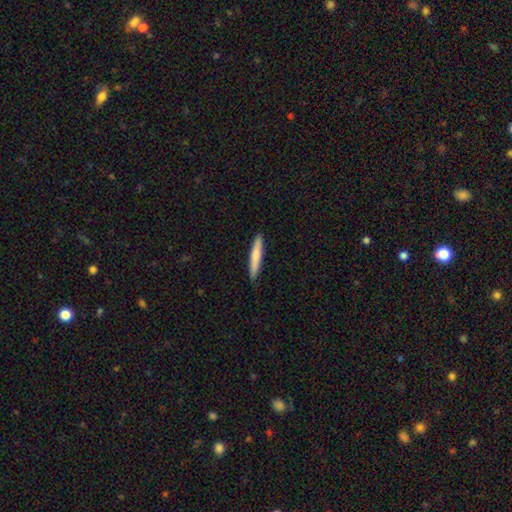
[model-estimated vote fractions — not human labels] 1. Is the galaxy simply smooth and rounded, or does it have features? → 73% smooth, 22% featured or disk, 5% star or artifact.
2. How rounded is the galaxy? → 94% cigar-shaped, 5% in between, 1% round.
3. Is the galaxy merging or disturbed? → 90% none, 7% minor disturbance, 1% major disturbance, 1% merger.